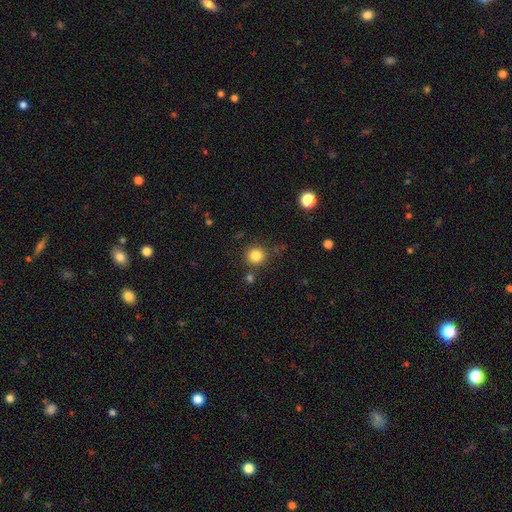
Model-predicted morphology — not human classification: Smooth or featured? Predicted: smooth (p=0.83). How rounded? Predicted: round (p=0.92). Merging? Predicted: none (p=0.83).